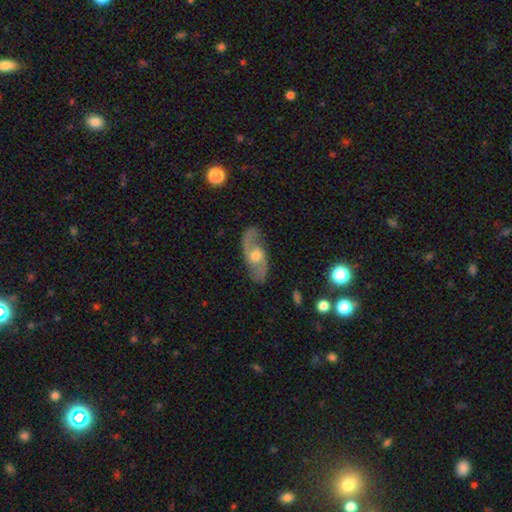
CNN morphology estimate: This appears to be a featured or disk galaxy (81%) with no bar (58%), 2 (90%) medium (45%) spiral arms (92%) and a moderate central bulge (67%). Merging: none (81%).